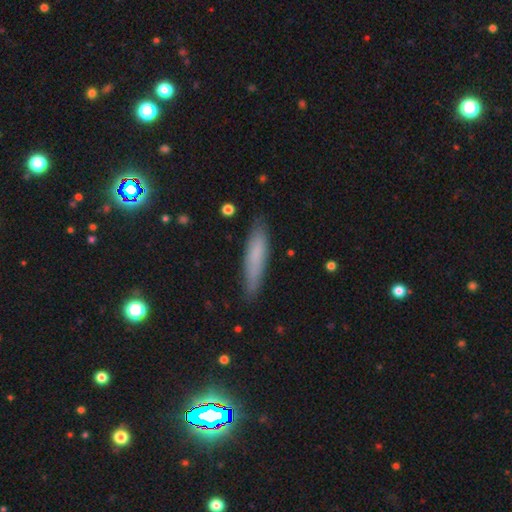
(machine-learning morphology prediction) A smooth galaxy with no disk features (72%) that is cigar-shaped (85%).

Vote fractions:
- Smooth or featured? smooth: 72% / featured or disk: 20% / star or artifact: 8%
- How rounded? cigar-shaped: 85% / in between: 14% / round: 1%
- Merging? none: 84% / minor disturbance: 13% / major disturbance: 2% / merger: 1%